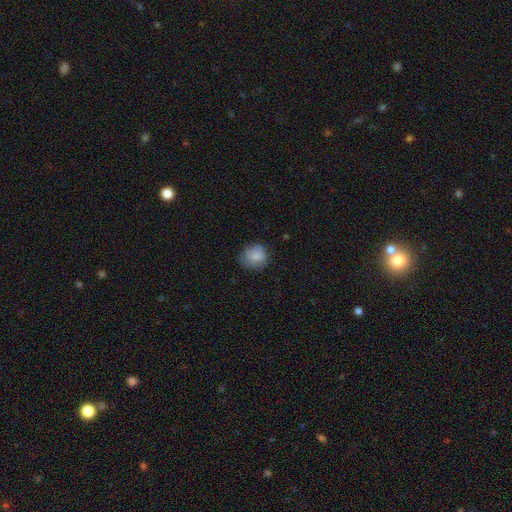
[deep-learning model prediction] The model was most divided on "merging": none: 66%, minor disturbance: 25%, major disturbance: 7%, merger: 1%. More confident: smooth or featured — smooth (82%); how rounded — round (75%).